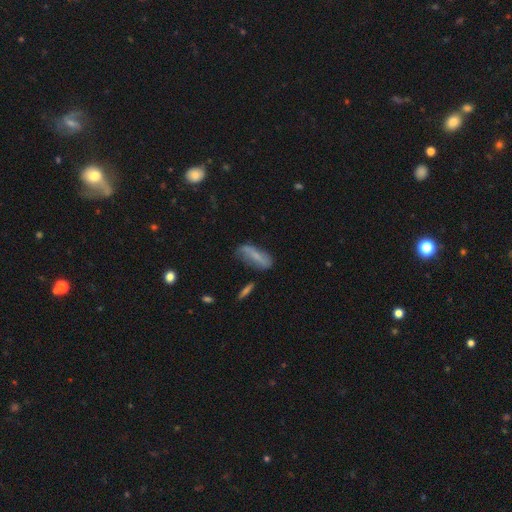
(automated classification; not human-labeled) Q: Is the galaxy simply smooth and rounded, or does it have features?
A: smooth — 56%.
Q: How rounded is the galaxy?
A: in between — 57%.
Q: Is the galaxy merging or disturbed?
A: none — 57%.